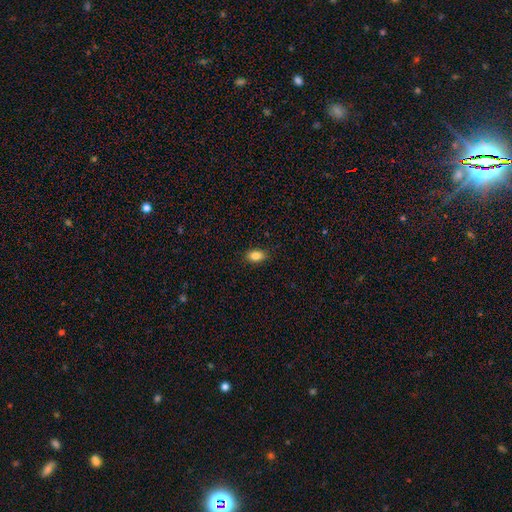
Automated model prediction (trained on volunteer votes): Smooth or featured: smooth — 86% (star or artifact — 9%)
How rounded: in between — 87% (round — 11%)
Merging: none — 88% (minor disturbance — 9%)